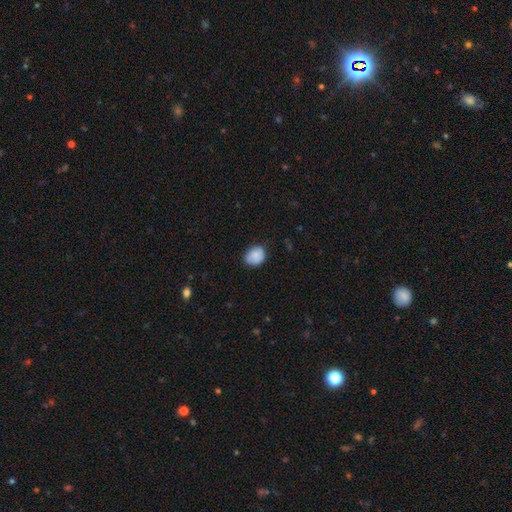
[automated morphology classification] Smooth or featured? Predicted: smooth (p=0.83). How rounded? Predicted: round (p=0.56). Merging? Predicted: none (p=0.71).